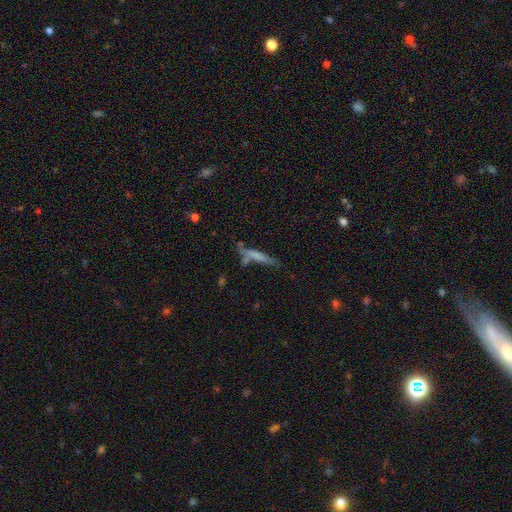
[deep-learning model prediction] Q: Smooth or featured?
A: smooth (60%); runner-up: featured or disk (31%)
Q: How rounded?
A: cigar-shaped (90%); runner-up: in between (8%)
Q: Merging?
A: none (61%); runner-up: minor disturbance (20%)